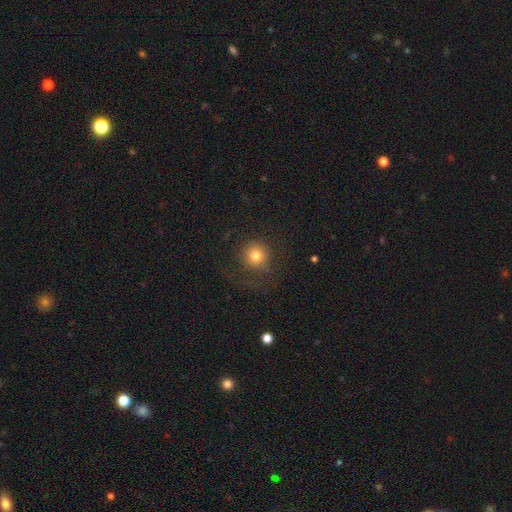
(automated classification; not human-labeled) smooth-or-featured: smooth: 77% | star or artifact: 13% | featured or disk: 9%
  how-rounded: round: 93% | in between: 6% | cigar-shaped: 1%
  merging: none: 77% | minor disturbance: 12% | major disturbance: 10% | merger: 1%